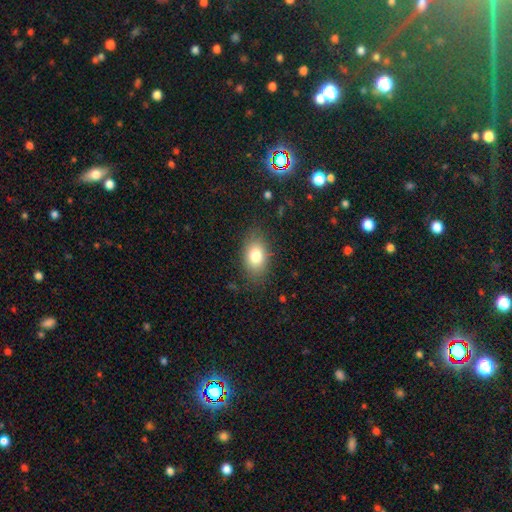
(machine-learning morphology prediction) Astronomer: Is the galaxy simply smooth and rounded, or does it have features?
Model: smooth — 79%.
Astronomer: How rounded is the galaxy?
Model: in between — 86%.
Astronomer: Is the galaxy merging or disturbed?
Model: none — 81%.